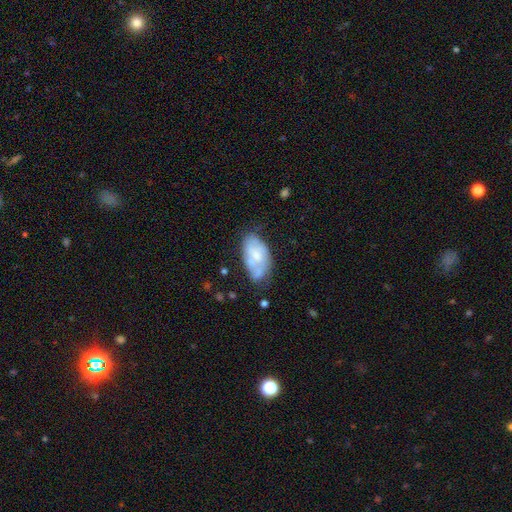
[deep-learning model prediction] Smooth or featured?
  - smooth: 50% *
  - featured or disk: 42%
  - star or artifact: 7%
How rounded?
  - in between: 94% *
  - round: 4%
  - cigar-shaped: 3%
Merging?
  - none: 42% *
  - minor disturbance: 31%
  - merger: 14%
  - major disturbance: 13%